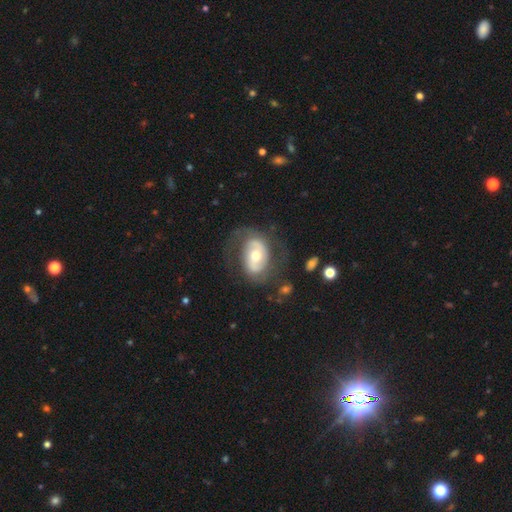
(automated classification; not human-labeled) The model was most divided on "spiral winding": medium: 42%, loose: 29%, tight: 29%. Remaining: edge-on disk — no (95%); spiral arm count — 2 (77%); spiral arms — yes (75%); smooth or featured — featured or disk (70%); bulge size — moderate (66%); merging — none (63%); bar — no (48%).